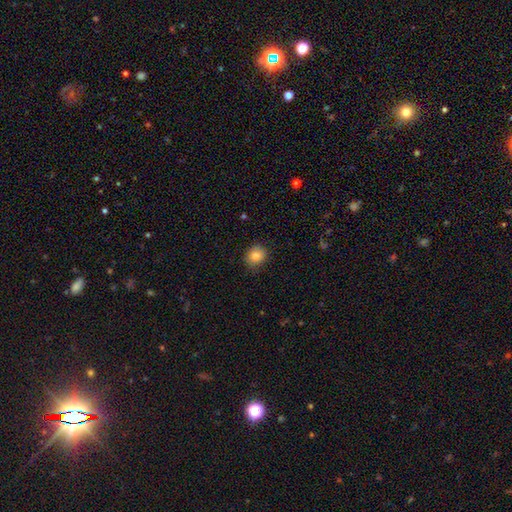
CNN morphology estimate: This appears to be a smooth galaxy with no disk features (83%) that is round (72%). Merging: none (82%).